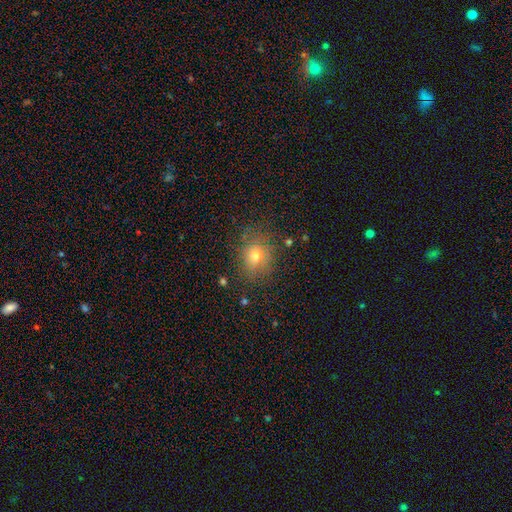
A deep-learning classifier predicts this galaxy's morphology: This is likely a smooth galaxy (70%). How rounded: likely round (62%). Merging: likely none (75%).